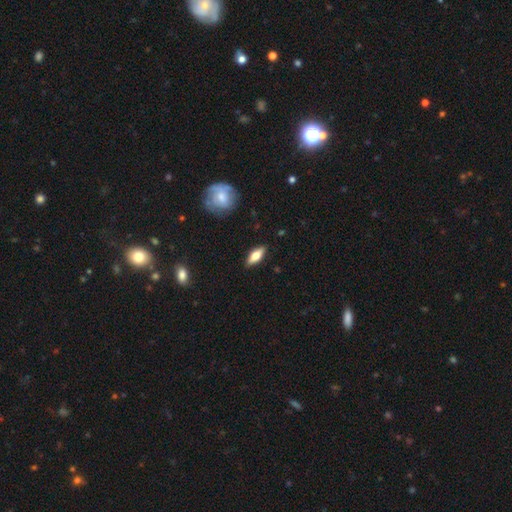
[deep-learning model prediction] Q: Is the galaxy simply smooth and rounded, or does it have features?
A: smooth — 56%.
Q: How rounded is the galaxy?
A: in between — 68%.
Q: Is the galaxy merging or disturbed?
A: none — 87%.